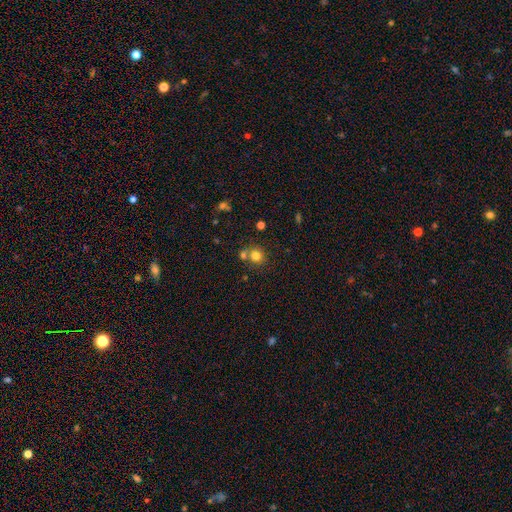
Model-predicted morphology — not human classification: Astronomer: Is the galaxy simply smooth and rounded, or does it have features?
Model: smooth — 78%.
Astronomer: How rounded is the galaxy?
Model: round — 85%.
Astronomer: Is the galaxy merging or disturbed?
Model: none — 59%.